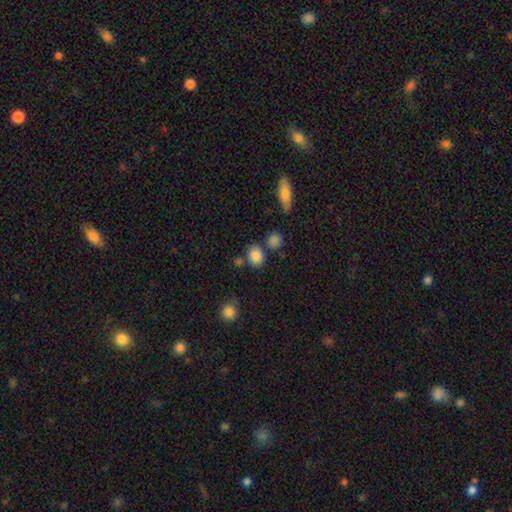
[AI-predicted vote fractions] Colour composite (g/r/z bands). It shows a smooth galaxy with no disk features (85%) that is round (56%). Merging: none (69%).